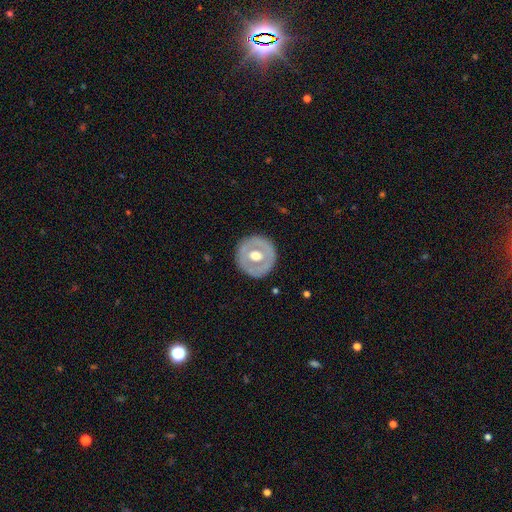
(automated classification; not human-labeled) Morphology: type=featured or disk (55%); edge-on=no (94%); bar=no (74%); spiral arms=no (90%); bulge=moderate (77%); merging=none (87%).